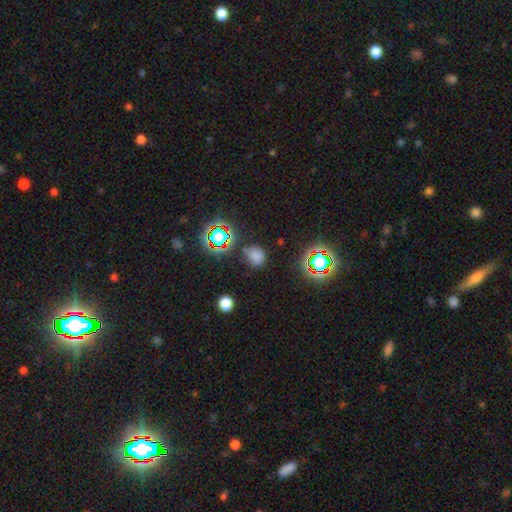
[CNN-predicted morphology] smooth 64%, star or artifact 29%, featured or disk 7%. Down the decision tree: how rounded — round (77%); merging — none (77%).